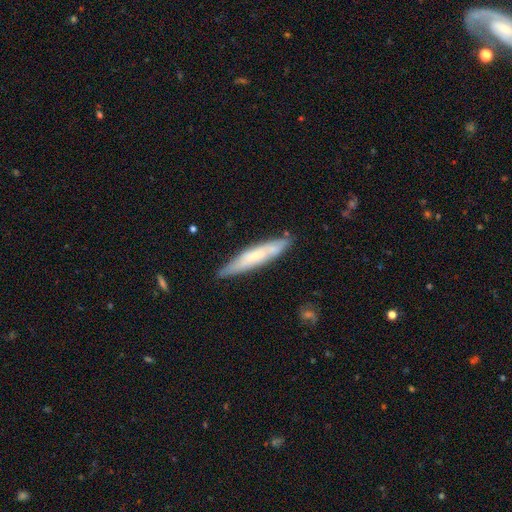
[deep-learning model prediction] A smooth galaxy with no disk features (51%) that is cigar-shaped (89%). Merging: none (82%).